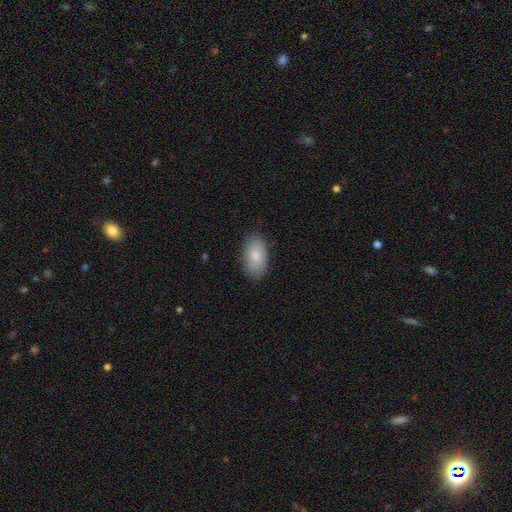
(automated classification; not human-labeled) Smooth or featured? smooth (81%)
How rounded? in between (94%)
Merging? none (82%)